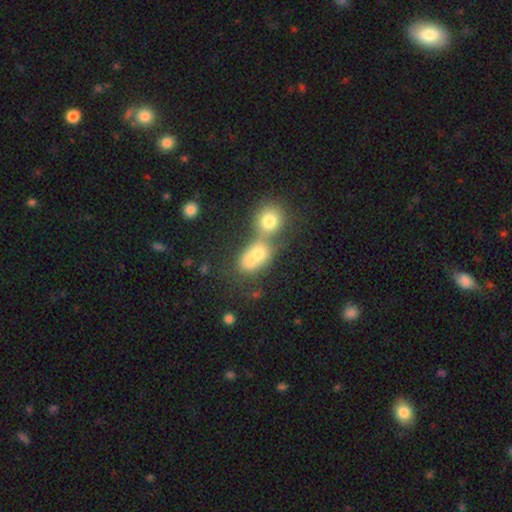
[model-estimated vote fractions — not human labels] smooth-or-featured: smooth: 72% | featured or disk: 15% | star or artifact: 13%
  how-rounded: in between: 71% | round: 25% | cigar-shaped: 4%
  merging: merger: 59% | none: 25% | minor disturbance: 9% | major disturbance: 7%